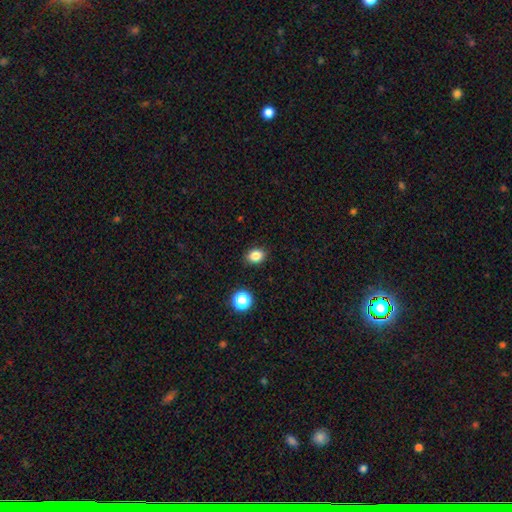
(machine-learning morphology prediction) smooth_or_featured: smooth (p=0.83) [alt: star or artifact p=0.12]
how_rounded: in between (p=0.55) [alt: round p=0.44]
merging: none (p=0.87) [alt: minor disturbance p=0.09]